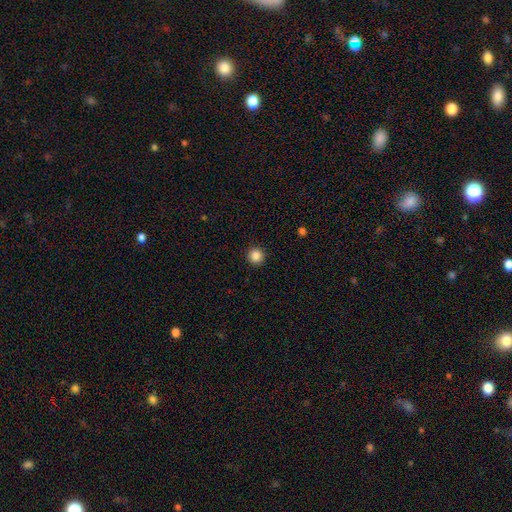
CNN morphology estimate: Q: Smooth or featured?
A: smooth (86%); runner-up: star or artifact (10%)
Q: How rounded?
A: round (94%); runner-up: in between (5%)
Q: Merging?
A: none (93%); runner-up: minor disturbance (4%)